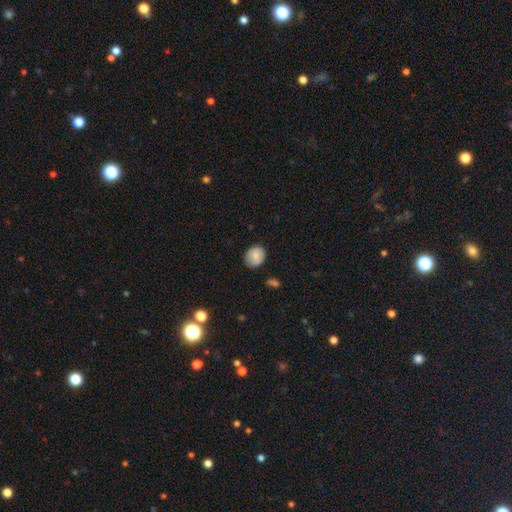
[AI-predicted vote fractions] A smooth galaxy with no disk features (82%) that is round (58%). Merging: none (78%).